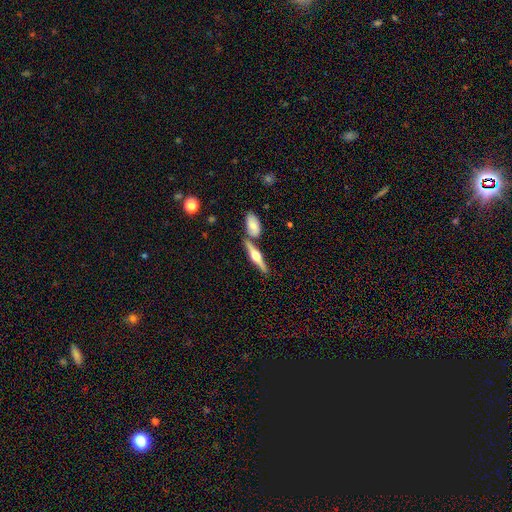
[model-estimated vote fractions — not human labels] This is likely a featured or disk galaxy (74%). It is clearly viewed edge-on (97%). Edge-on bulge: clearly rounded (94%). Merging: likely none (72%).